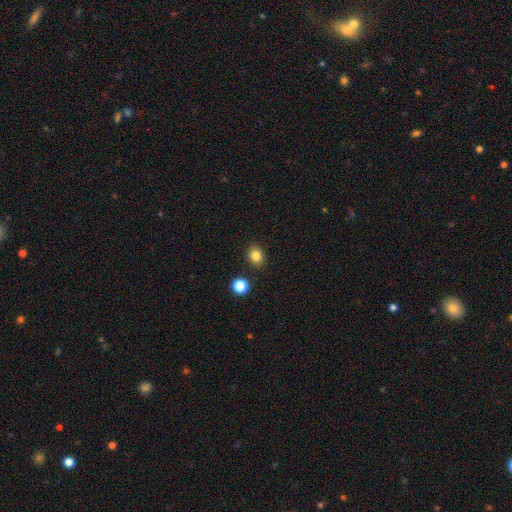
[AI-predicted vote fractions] Morphology: type=smooth (83%); roundness=round (66%); merging=none (88%).